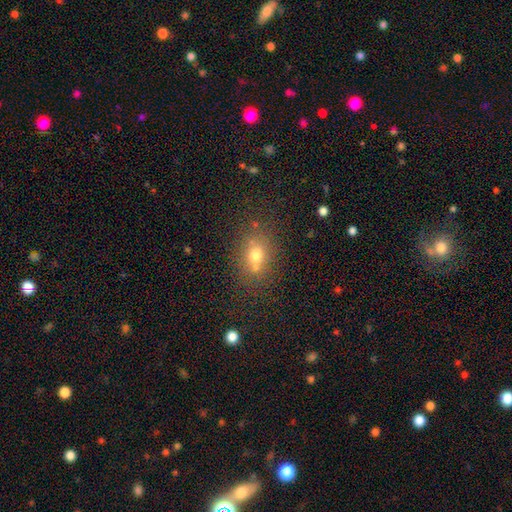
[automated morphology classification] type=smooth (68%); roundness=in between (60%); merging=none (63%).